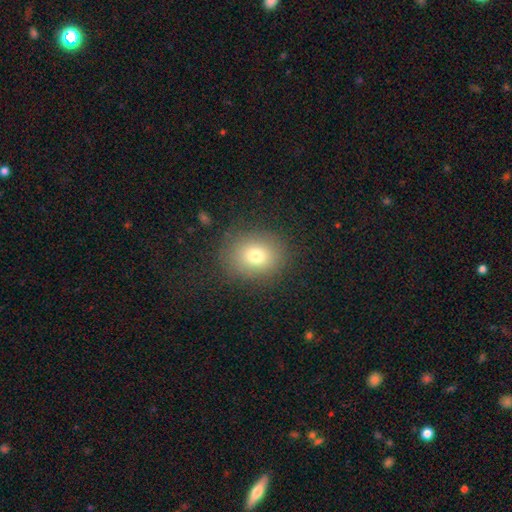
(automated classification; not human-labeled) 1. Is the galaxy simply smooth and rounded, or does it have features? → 76% smooth, 13% star or artifact, 11% featured or disk.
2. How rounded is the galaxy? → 65% round, 34% in between, 1% cigar-shaped.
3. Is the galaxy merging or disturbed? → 85% none, 10% minor disturbance, 4% major disturbance, 1% merger.